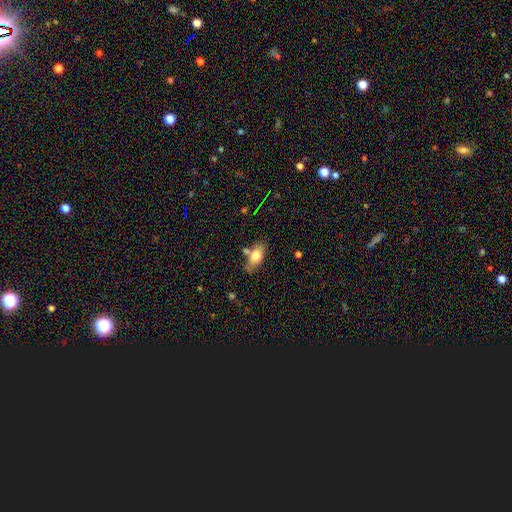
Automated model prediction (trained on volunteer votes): The model was most divided on "merging": none: 65%, minor disturbance: 18%, merger: 13%, major disturbance: 5%. More confident: how rounded — in between (85%); smooth or featured — smooth (73%).